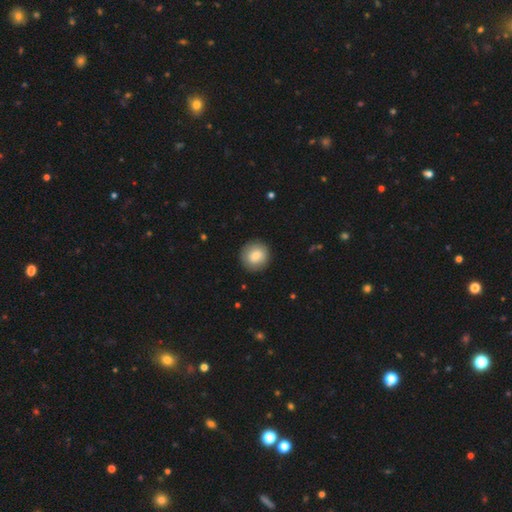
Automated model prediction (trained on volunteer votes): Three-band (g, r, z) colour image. It shows a smooth galaxy with no disk features (80%) that is round (93%). Merging: none (89%).